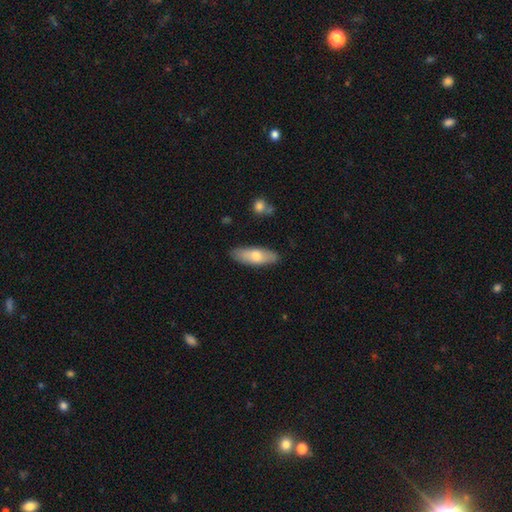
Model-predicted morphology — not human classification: Smooth or featured? smooth (69%)
How rounded? in between (62%)
Merging? none (84%)